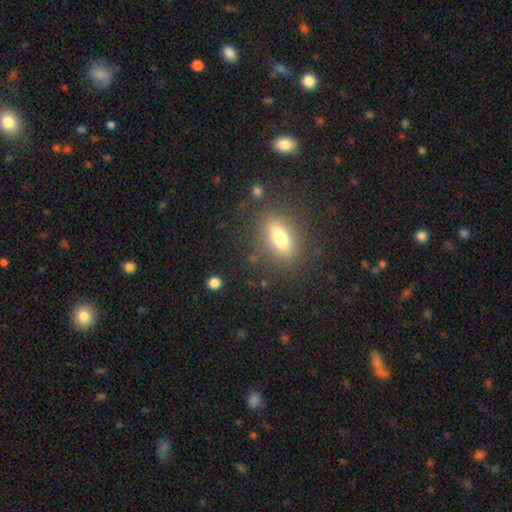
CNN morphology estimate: Smooth or featured? Predicted: smooth (p=0.67). How rounded? Predicted: in between (p=0.73). Merging? Predicted: none (p=0.85).